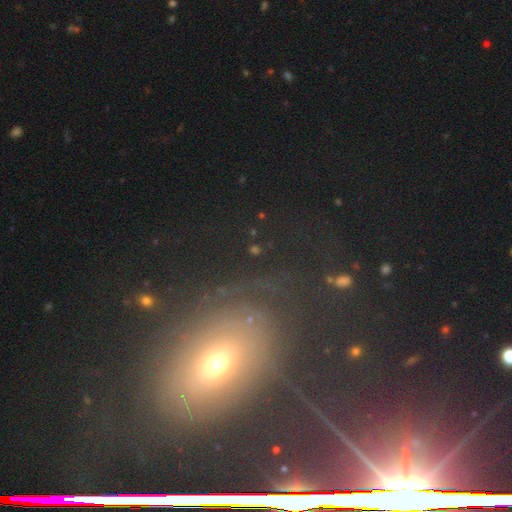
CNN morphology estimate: A star or artifact, not a galaxy (45%).

Vote fractions:
- Smooth or featured? star or artifact: 45% / smooth: 31% / featured or disk: 24%